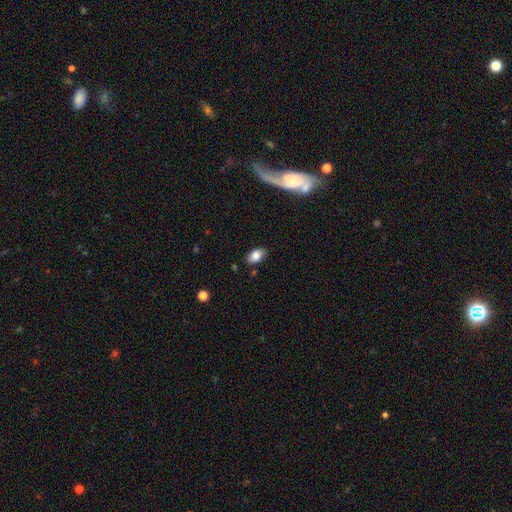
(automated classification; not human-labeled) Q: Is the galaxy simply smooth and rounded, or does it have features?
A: smooth — 82%.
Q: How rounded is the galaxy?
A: in between — 91%.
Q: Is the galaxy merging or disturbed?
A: none — 82%.